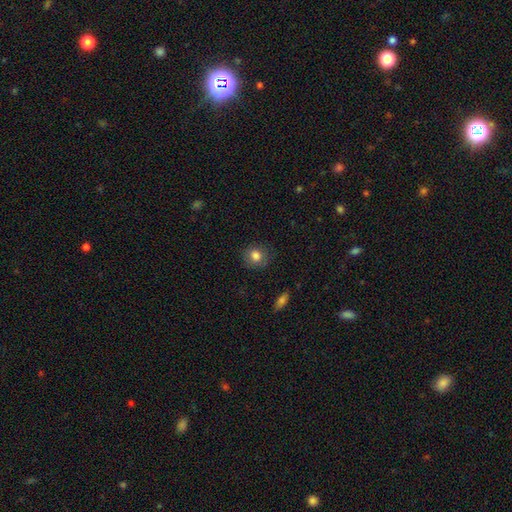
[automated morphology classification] Smooth or featured?
  - smooth: 81% *
  - featured or disk: 10%
  - star or artifact: 9%
How rounded?
  - round: 78% *
  - in between: 21%
  - cigar-shaped: 1%
Merging?
  - none: 82% *
  - minor disturbance: 13%
  - major disturbance: 4%
  - merger: 1%